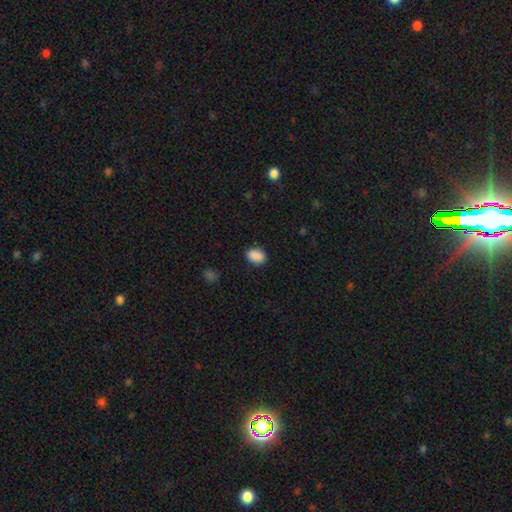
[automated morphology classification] Smooth or featured? smooth (90%)
How rounded? in between (84%)
Merging? none (87%)